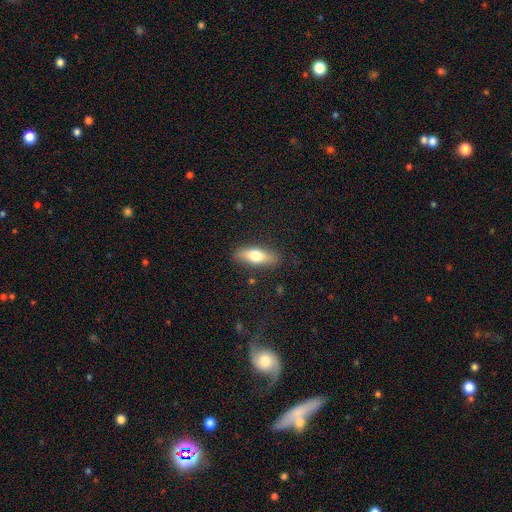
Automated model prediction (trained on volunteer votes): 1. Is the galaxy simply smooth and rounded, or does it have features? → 65% smooth, 29% featured or disk, 6% star or artifact.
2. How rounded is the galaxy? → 56% in between, 41% cigar-shaped, 3% round.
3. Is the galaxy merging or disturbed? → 85% none, 11% minor disturbance, 3% major disturbance, 1% merger.